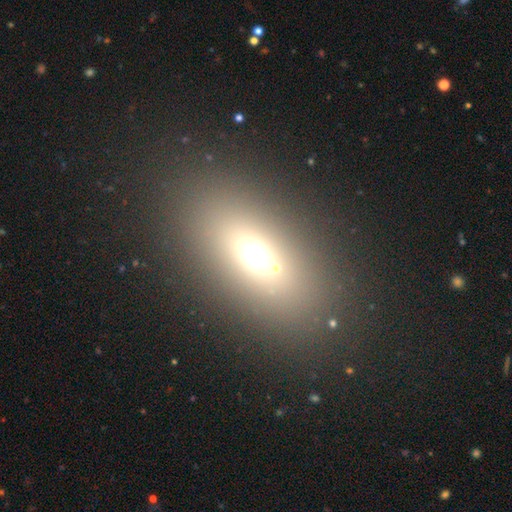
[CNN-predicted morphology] The model was most divided on "smooth or featured": smooth: 61%, star or artifact: 21%, featured or disk: 17%. More confident: how rounded — in between (78%); merging — none (78%).